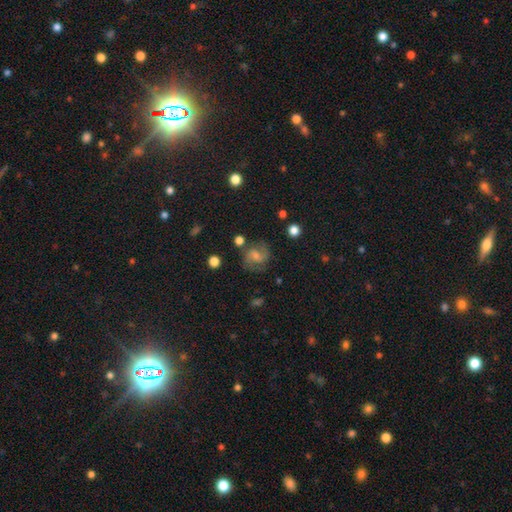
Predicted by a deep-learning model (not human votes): Smooth or featured? Predicted: featured or disk (p=0.58). Edge-on disk? Predicted: no (p=0.98). Bar? Predicted: weak (p=0.49). Spiral arms? Predicted: yes (p=0.90). Spiral winding? Predicted: medium (p=0.52). Spiral arm count? Predicted: 2 (p=0.84). Bulge size? Predicted: small (p=0.47). Merging? Predicted: none (p=0.70).